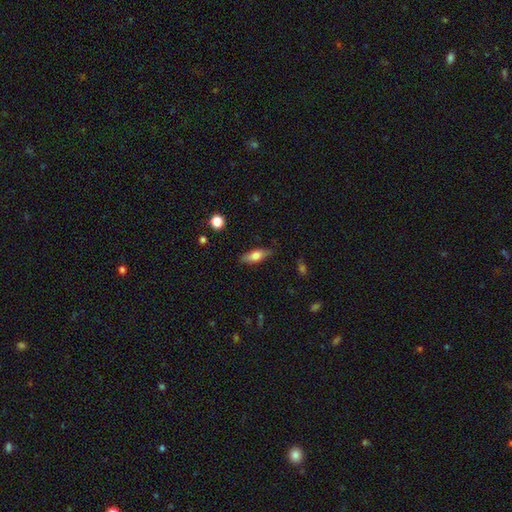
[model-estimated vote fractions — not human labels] Overall: smooth (67%). How rounded: in between (67%; cigar-shaped 30%). Merging: none (82%).